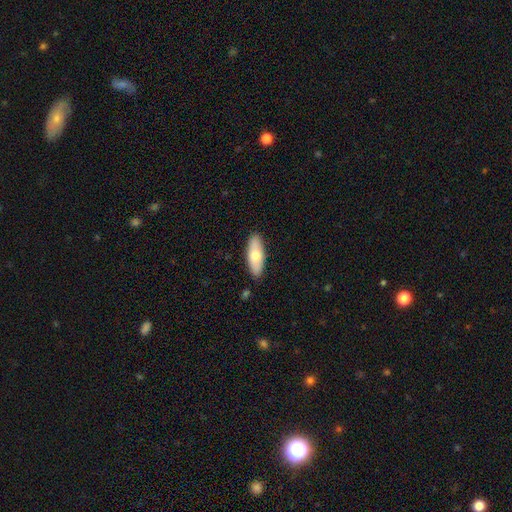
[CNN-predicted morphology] A smooth galaxy with no disk features (67%) that is in between round and cigar-shaped (72%).

Vote fractions:
- Smooth or featured? smooth: 67% / featured or disk: 27% / star or artifact: 6%
- How rounded? in between: 72% / cigar-shaped: 26% / round: 2%
- Merging? none: 87% / minor disturbance: 9% / major disturbance: 2% / merger: 1%